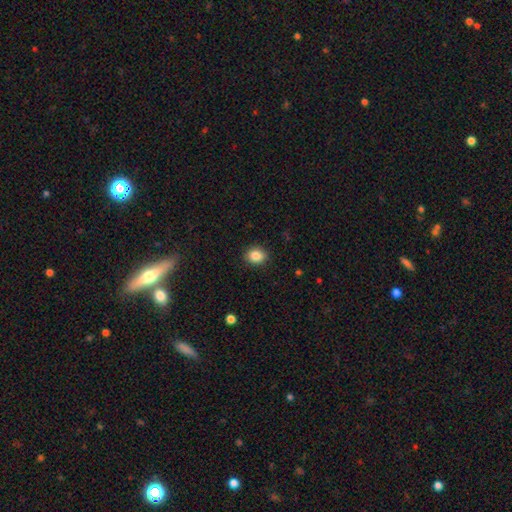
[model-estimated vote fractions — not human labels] smooth_or_featured: smooth (p=0.85) [alt: star or artifact p=0.10]
how_rounded: round (p=0.58) [alt: in between p=0.41]
merging: none (p=0.89) [alt: minor disturbance p=0.08]